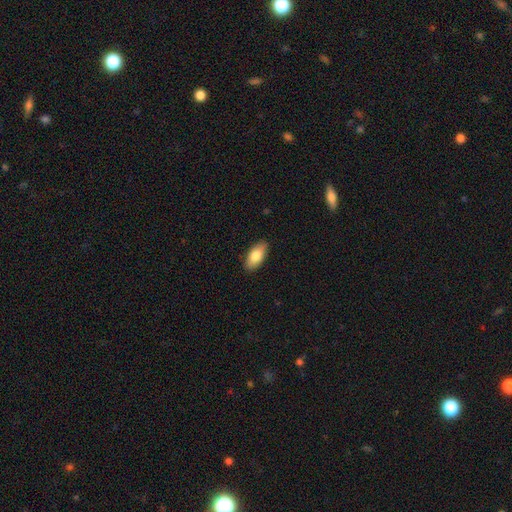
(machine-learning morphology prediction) A smooth galaxy with no disk features (81%) that is in between round and cigar-shaped (90%). Merging: none (89%).